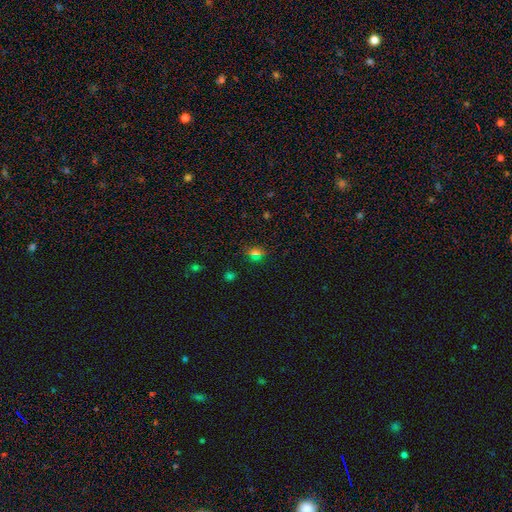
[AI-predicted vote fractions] Smooth or featured?
  - smooth: 49% *
  - star or artifact: 41%
  - featured or disk: 10%
Merging?
  - none: 84% *
  - minor disturbance: 9%
  - major disturbance: 4%
  - merger: 3%